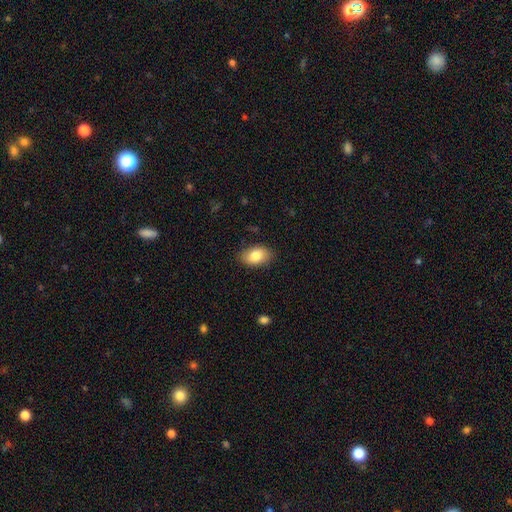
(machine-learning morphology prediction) Smooth or featured? Predicted: smooth (p=0.82). How rounded? Predicted: in between (p=0.89). Merging? Predicted: none (p=0.84).